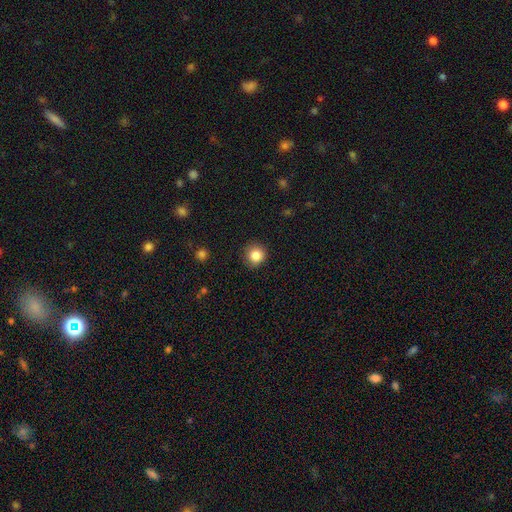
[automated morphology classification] Q: Smooth or featured?
A: smooth (85%); runner-up: star or artifact (10%)
Q: How rounded?
A: round (93%); runner-up: in between (6%)
Q: Merging?
A: none (88%); runner-up: minor disturbance (9%)